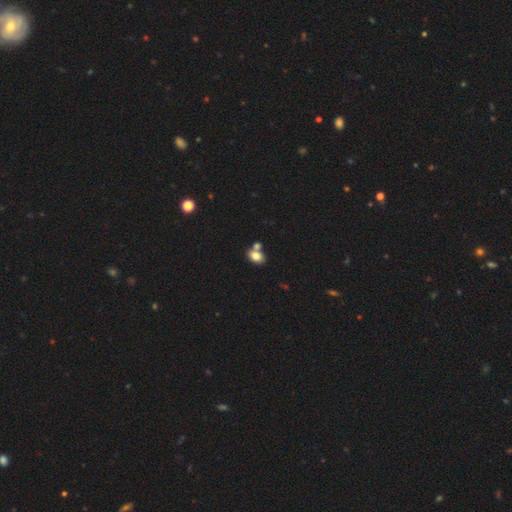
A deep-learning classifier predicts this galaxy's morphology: smooth_or_featured: smooth (p=0.80) [alt: featured or disk p=0.11]
how_rounded: in between (p=0.80) [alt: round p=0.19]
merging: none (p=0.49) [alt: merger p=0.38]